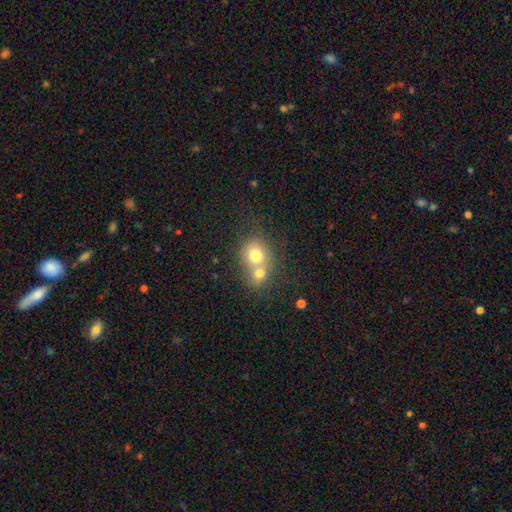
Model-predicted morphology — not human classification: Smooth or featured? smooth (73%)
How rounded? round (72%)
Merging? merger (61%)